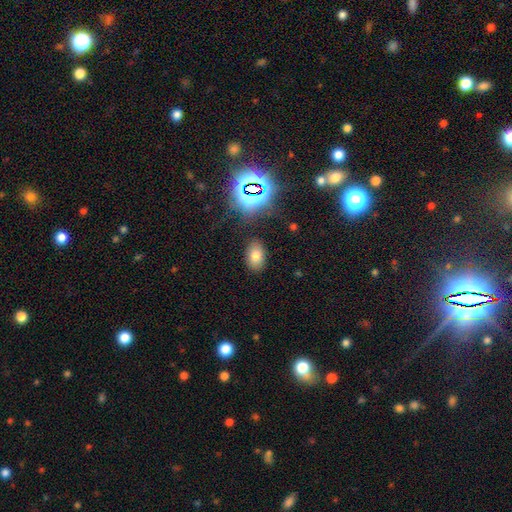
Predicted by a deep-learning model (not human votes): smooth 73%, star or artifact 17%, featured or disk 10%. Down the decision tree: how rounded — in between (86%); merging — none (85%).